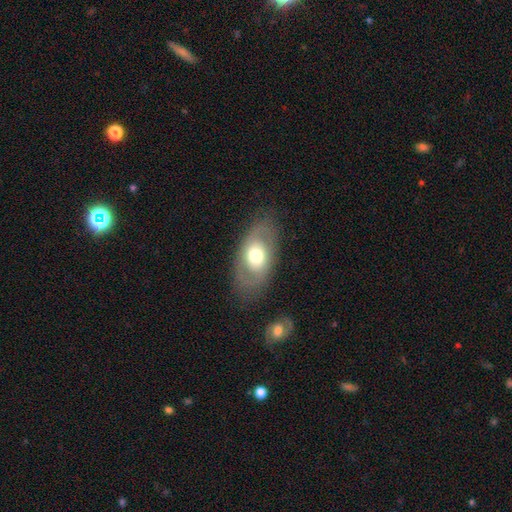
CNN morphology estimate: smooth_or_featured: featured or disk (p=0.47) [alt: smooth p=0.46]
merging: none (p=0.77) [alt: minor disturbance p=0.14]